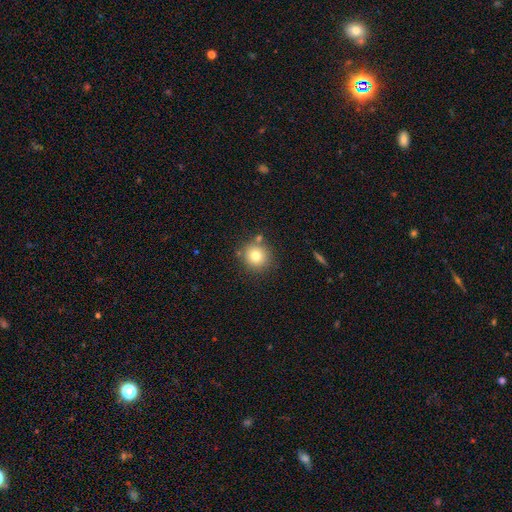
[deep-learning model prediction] smooth-or-featured: smooth: 78% | star or artifact: 12% | featured or disk: 10%
  how-rounded: round: 92% | in between: 8% | cigar-shaped: 1%
  merging: none: 78% | minor disturbance: 10% | merger: 9% | major disturbance: 3%